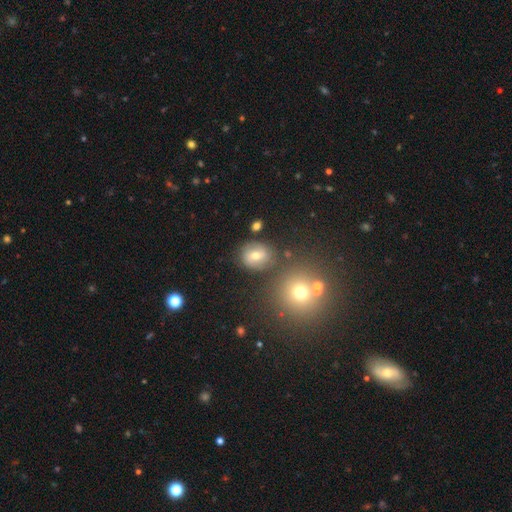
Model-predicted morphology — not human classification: Overall: smooth (53%; featured or disk 30%). How rounded: round (75%). Merging: none (79%).